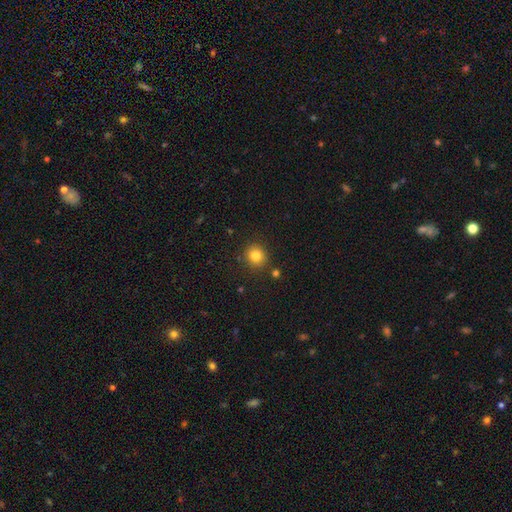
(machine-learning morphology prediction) smooth 82%, star or artifact 12%, featured or disk 6%. Down the decision tree: how rounded — round (88%); merging — none (86%).